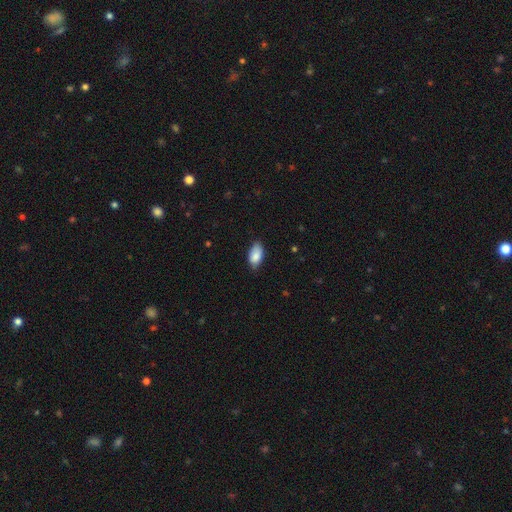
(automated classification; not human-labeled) Smooth or featured? Predicted: smooth (p=0.86). How rounded? Predicted: in between (p=0.94). Merging? Predicted: none (p=0.71).